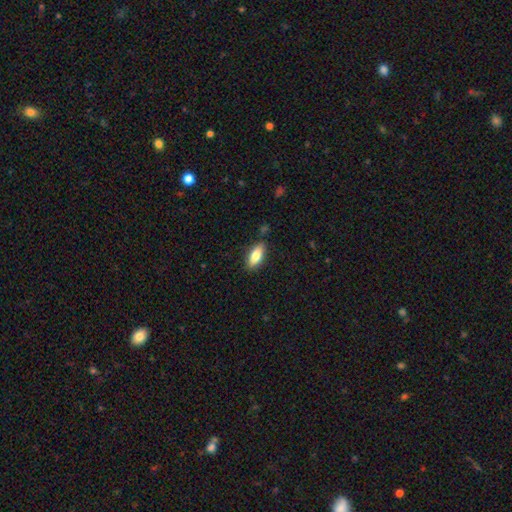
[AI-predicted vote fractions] Smooth or featured? Predicted: smooth (p=0.79). How rounded? Predicted: in between (p=0.80). Merging? Predicted: none (p=0.84).